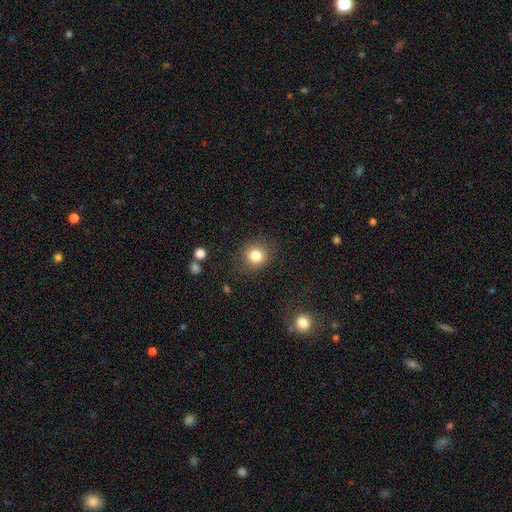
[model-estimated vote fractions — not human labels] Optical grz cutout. It shows a smooth galaxy with no disk features (82%) that is round (83%). Merging: none (83%).